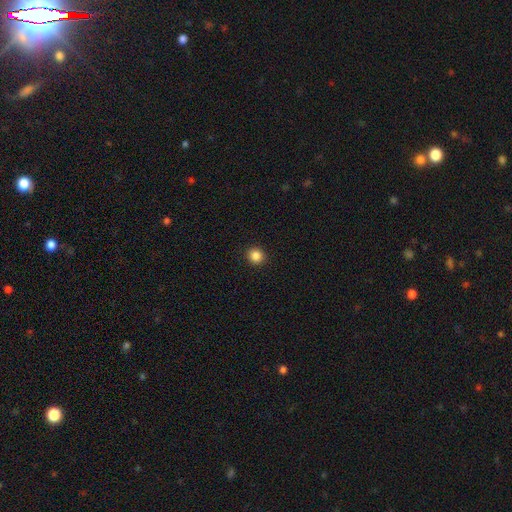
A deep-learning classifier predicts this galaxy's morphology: This is clearly a smooth galaxy (85%). How rounded: clearly round (92%). Merging: clearly none (93%).